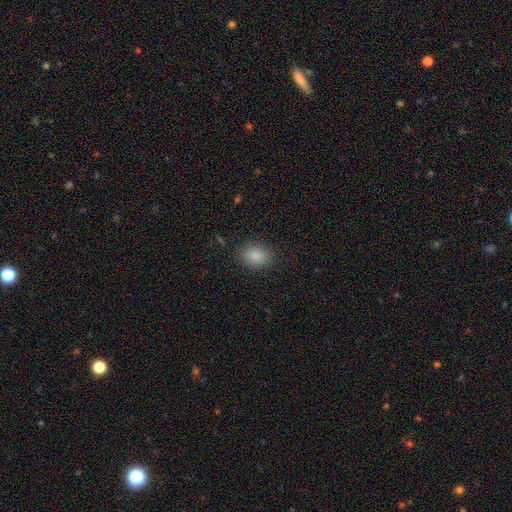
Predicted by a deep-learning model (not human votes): This appears to be a smooth galaxy with no disk features (87%) that is in between round and cigar-shaped (71%). Merging: none (87%).